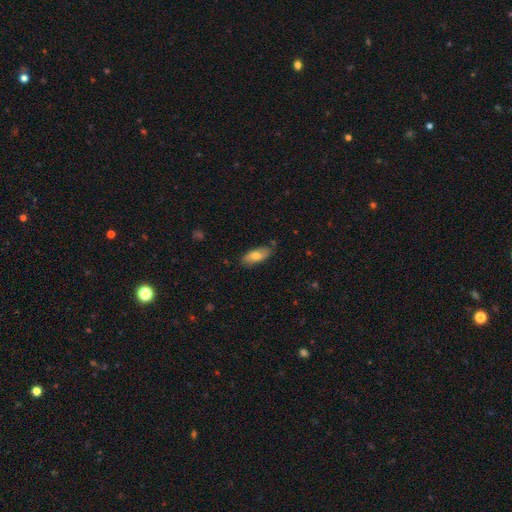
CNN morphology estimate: smooth 72%, featured or disk 22%, star or artifact 6%. Down the decision tree: how rounded — in between (83%); merging — none (81%).